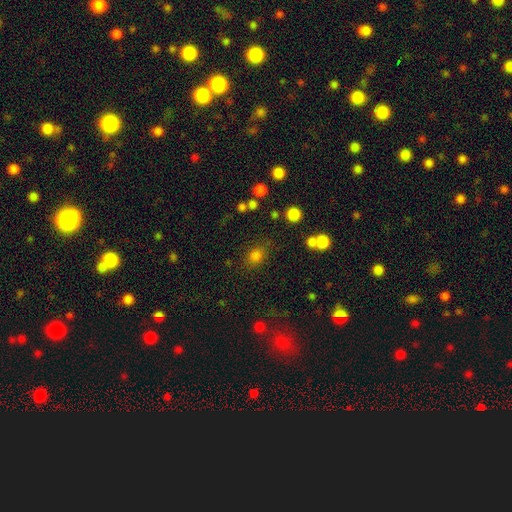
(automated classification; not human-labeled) A smooth galaxy with no disk features (78%) that is round (51%).

Vote fractions:
- Smooth or featured? smooth: 78% / star or artifact: 16% / featured or disk: 6%
- How rounded? round: 51% / in between: 48% / cigar-shaped: 1%
- Merging? none: 77% / minor disturbance: 13% / major disturbance: 5% / merger: 5%